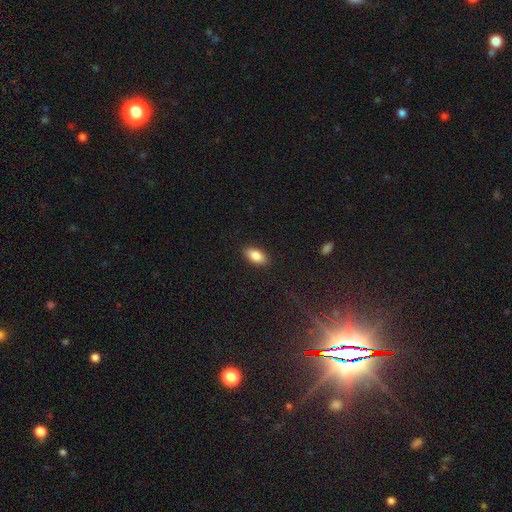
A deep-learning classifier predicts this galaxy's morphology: Smooth or featured?
  - smooth: 85% *
  - featured or disk: 8%
  - star or artifact: 7%
How rounded?
  - in between: 90% *
  - cigar-shaped: 7%
  - round: 3%
Merging?
  - none: 89% *
  - minor disturbance: 8%
  - major disturbance: 2%
  - merger: 1%